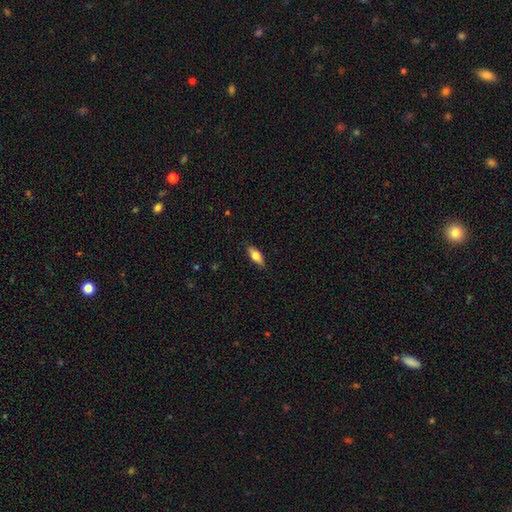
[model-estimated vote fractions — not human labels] A smooth galaxy with no disk features (69%) that is in between round and cigar-shaped (73%). Merging: none (87%).